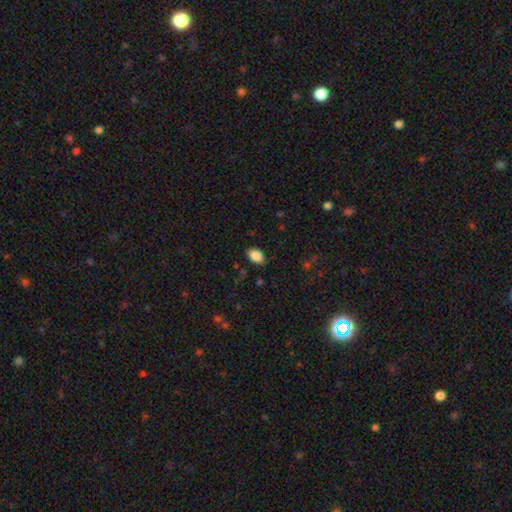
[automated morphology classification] The model was most divided on "merging": none: 85%, minor disturbance: 11%, major disturbance: 3%, merger: 1%. More confident: how rounded — in between (89%); smooth or featured — smooth (87%).